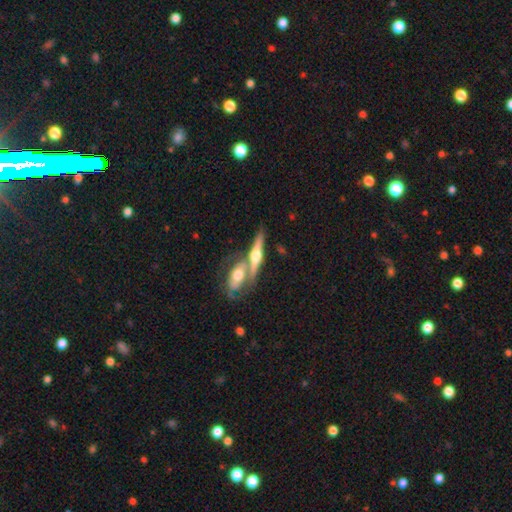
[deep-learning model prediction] Smooth or featured?
  - featured or disk: 74% *
  - smooth: 20%
  - star or artifact: 5%
Edge-on disk?
  - yes: 94% *
  - no: 6%
Edge-on bulge?
  - rounded: 95% *
  - boxy: 3%
  - none: 2%
Merging?
  - none: 48% *
  - merger: 39%
  - minor disturbance: 9%
  - major disturbance: 4%